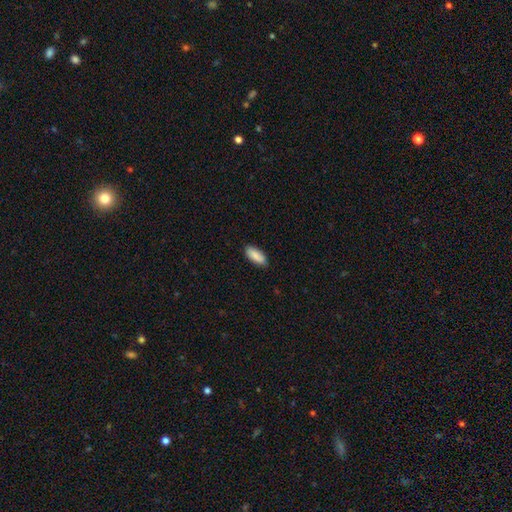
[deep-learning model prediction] A smooth galaxy with no disk features (89%) that is in between round and cigar-shaped (79%). Merging: none (87%).